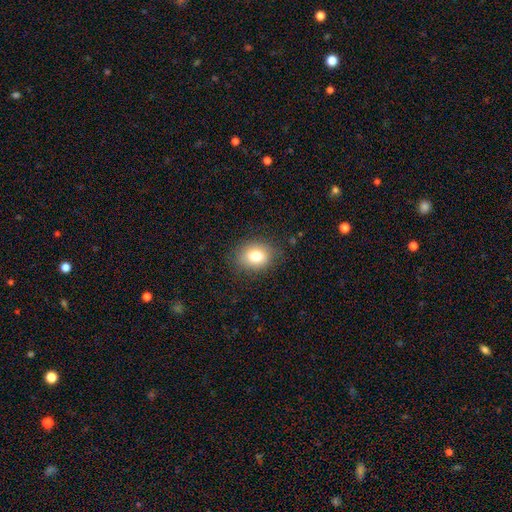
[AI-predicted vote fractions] The model was most divided on "how rounded": in between: 56%, round: 44%, cigar-shaped: 1%. More confident: merging — none (81%); smooth or featured — smooth (79%).